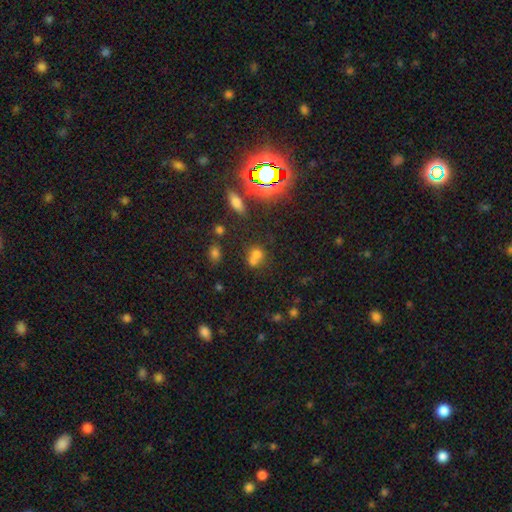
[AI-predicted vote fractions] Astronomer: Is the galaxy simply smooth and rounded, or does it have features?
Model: smooth — 62%.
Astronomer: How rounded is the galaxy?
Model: round — 65%.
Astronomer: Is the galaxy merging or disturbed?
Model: merger — 55% (runner-up: none, 32%).